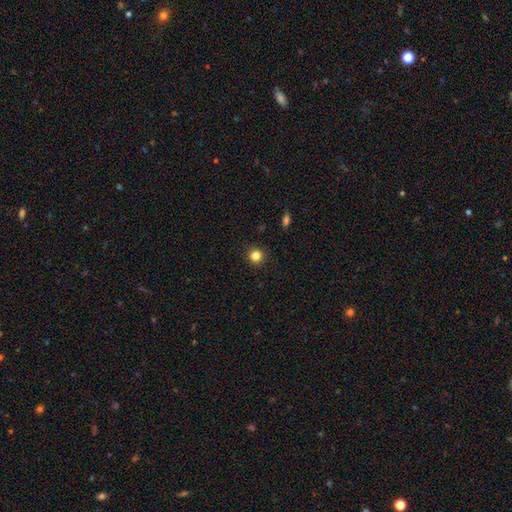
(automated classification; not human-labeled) A smooth galaxy with no disk features (83%) that is round (94%).

Vote fractions:
- Smooth or featured? smooth: 83% / star or artifact: 12% / featured or disk: 5%
- How rounded? round: 94% / in between: 5% / cigar-shaped: 1%
- Merging? none: 92% / minor disturbance: 6% / major disturbance: 2% / merger: 1%